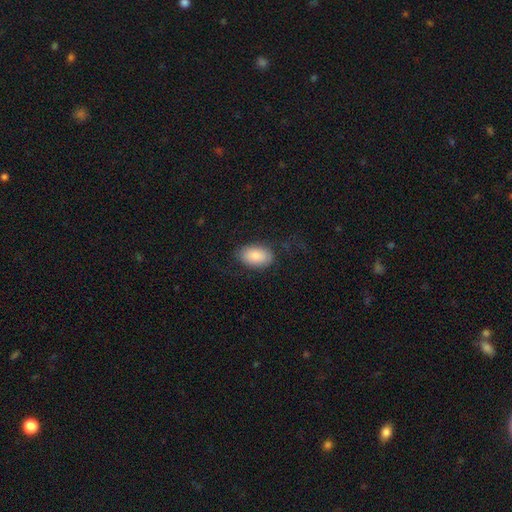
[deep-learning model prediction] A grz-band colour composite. It shows a smooth galaxy with no disk features (82%) that is in between round and cigar-shaped (93%). Merging: none (72%).